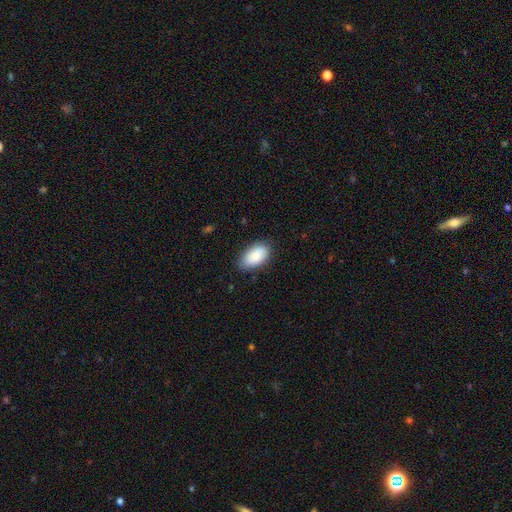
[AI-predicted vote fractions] Smooth or featured?
  - smooth: 85% *
  - featured or disk: 8%
  - star or artifact: 6%
How rounded?
  - in between: 94% *
  - round: 4%
  - cigar-shaped: 2%
Merging?
  - none: 79% *
  - minor disturbance: 17%
  - major disturbance: 3%
  - merger: 1%